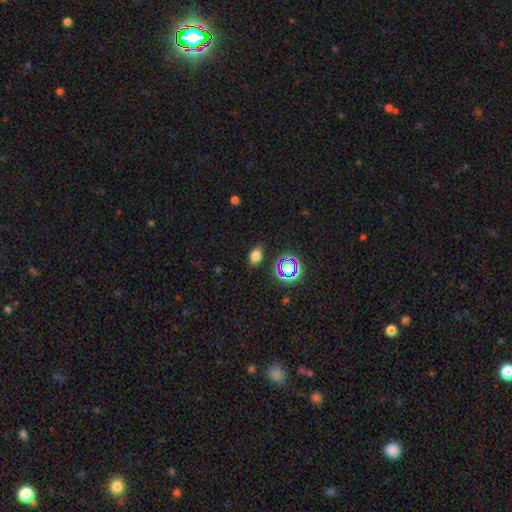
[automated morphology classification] Smooth or featured?
  - smooth: 71% *
  - star or artifact: 20%
  - featured or disk: 8%
How rounded?
  - in between: 79% *
  - round: 18%
  - cigar-shaped: 2%
Merging?
  - none: 80% *
  - minor disturbance: 14%
  - major disturbance: 4%
  - merger: 2%